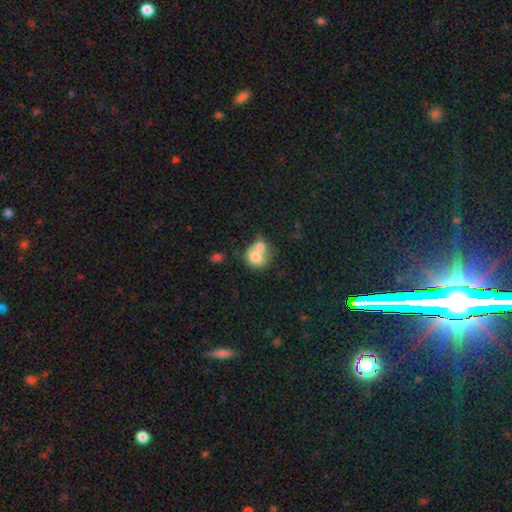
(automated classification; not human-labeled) smooth_or_featured: smooth (p=0.70) [alt: featured or disk p=0.21]
how_rounded: in between (p=0.50) [alt: round p=0.49]
merging: merger (p=0.65) [alt: none p=0.21]